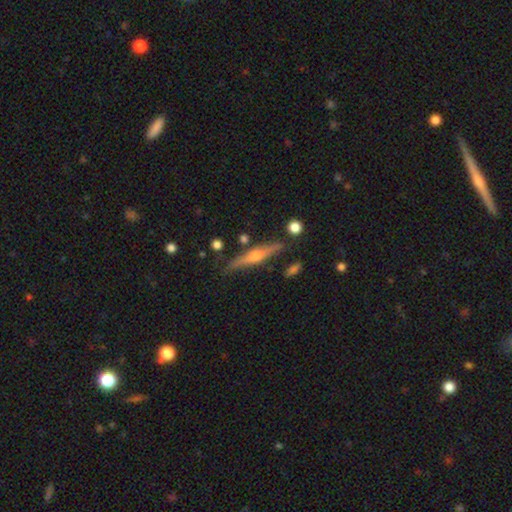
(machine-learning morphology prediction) Smooth or featured?
  - featured or disk: 72% *
  - smooth: 21%
  - star or artifact: 6%
Edge-on disk?
  - yes: 97% *
  - no: 3%
Edge-on bulge?
  - rounded: 91% *
  - none: 5%
  - boxy: 4%
Merging?
  - none: 84% *
  - minor disturbance: 11%
  - merger: 4%
  - major disturbance: 2%